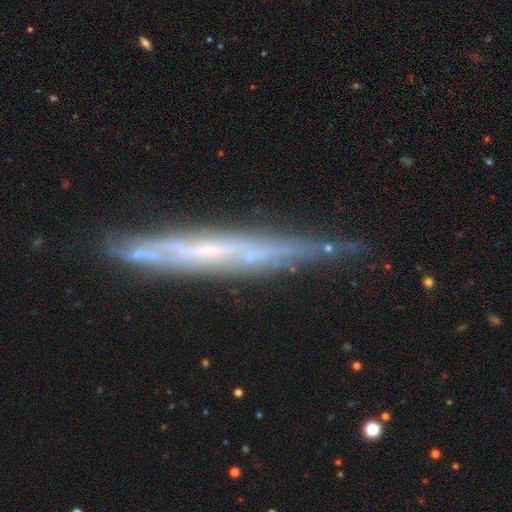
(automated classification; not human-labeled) Q: Smooth or featured?
A: featured or disk (65%); runner-up: smooth (24%)
Q: Edge-on disk?
A: yes (84%); runner-up: no (16%)
Q: Edge-on bulge?
A: none (64%); runner-up: rounded (24%)
Q: Merging?
A: none (70%); runner-up: minor disturbance (20%)